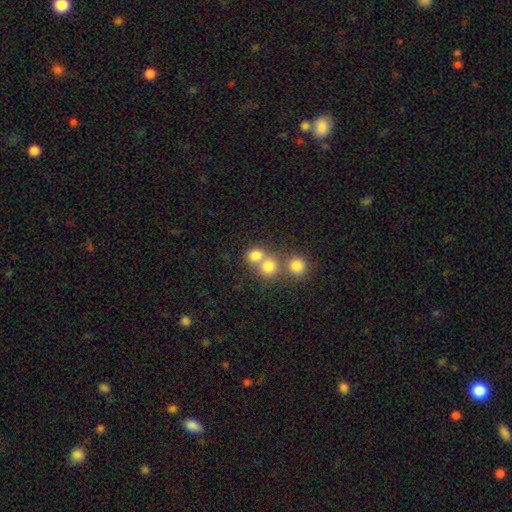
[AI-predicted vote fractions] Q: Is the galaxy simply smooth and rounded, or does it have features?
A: smooth — 77%.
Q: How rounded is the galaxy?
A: round — 75%.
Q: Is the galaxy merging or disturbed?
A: merger — 46%.